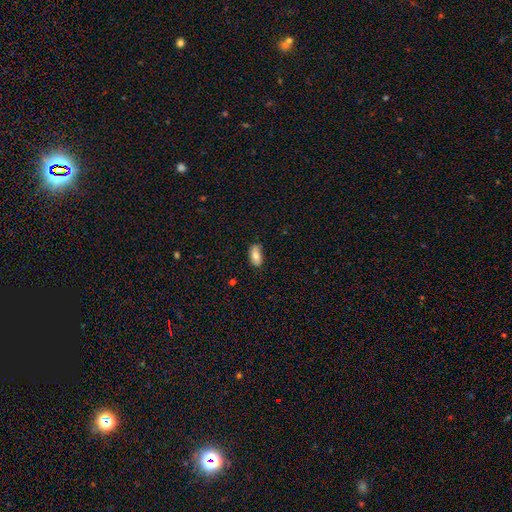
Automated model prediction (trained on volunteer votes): Smooth or featured?
  - smooth: 77% *
  - featured or disk: 16%
  - star or artifact: 7%
How rounded?
  - in between: 92% *
  - cigar-shaped: 5%
  - round: 4%
Merging?
  - none: 75% *
  - minor disturbance: 20%
  - major disturbance: 3%
  - merger: 2%